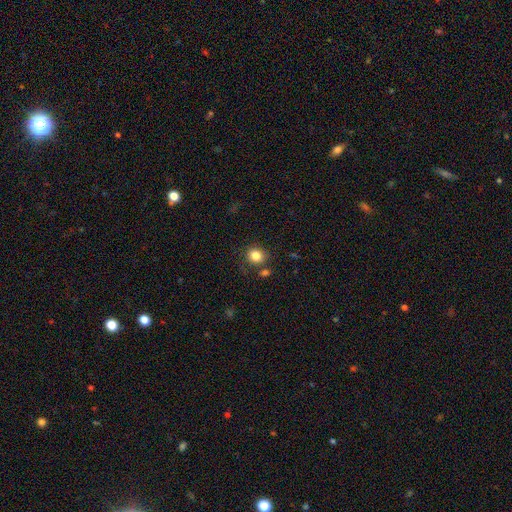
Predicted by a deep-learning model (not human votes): This appears to be a smooth galaxy with no disk features (83%) that is round (80%). Merging: none (78%).